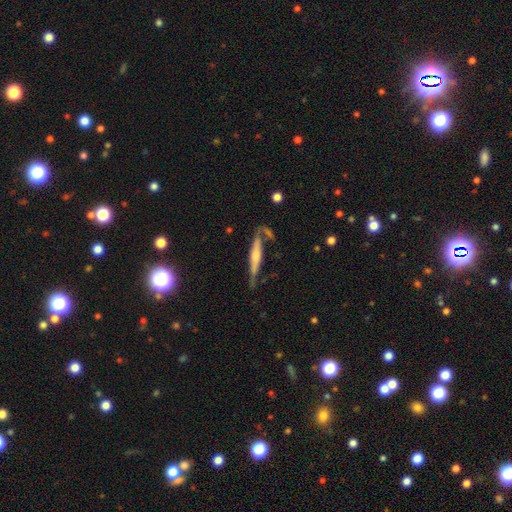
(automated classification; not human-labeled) smooth-or-featured: featured or disk: 59% | smooth: 35% | star or artifact: 6%
  disk-edge-on: yes: 87% | no: 13%
    edge-on-bulge: rounded: 66% | none: 17% | boxy: 17%
  merging: none: 57% | minor disturbance: 21% | merger: 12% | major disturbance: 10%